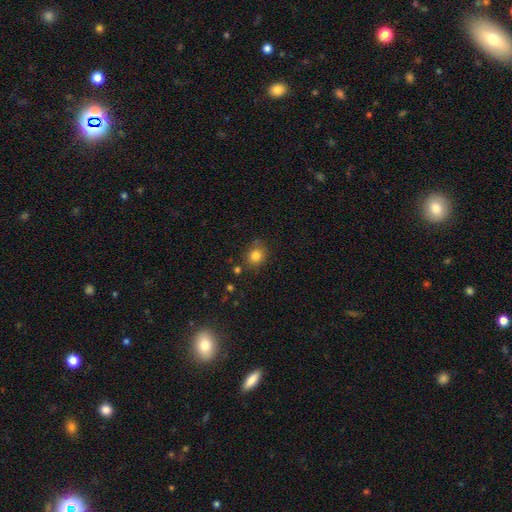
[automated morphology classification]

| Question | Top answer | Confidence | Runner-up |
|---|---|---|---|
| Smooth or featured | smooth | 82% | star or artifact (11%) |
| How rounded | round | 74% | in between (25%) |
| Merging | none | 75% | minor disturbance (15%) |